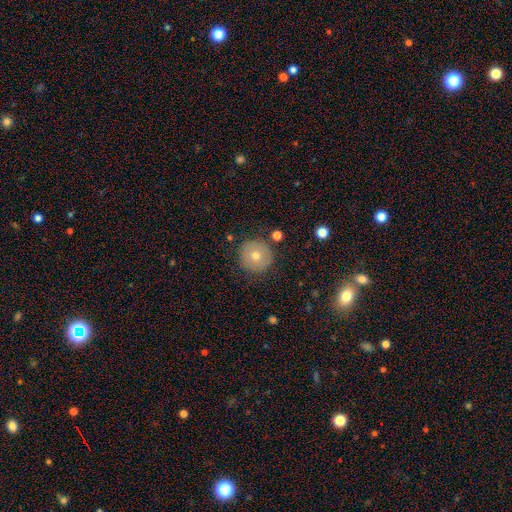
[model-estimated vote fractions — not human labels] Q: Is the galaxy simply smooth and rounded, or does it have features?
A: smooth — 63%.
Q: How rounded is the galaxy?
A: round — 96%.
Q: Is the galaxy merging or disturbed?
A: none — 87%.